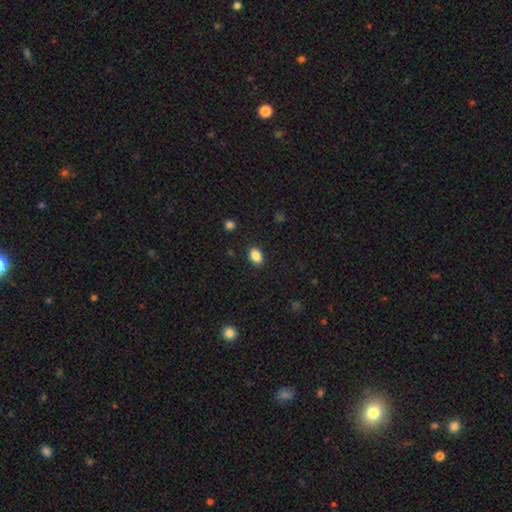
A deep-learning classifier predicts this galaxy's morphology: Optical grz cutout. It shows a smooth galaxy with no disk features (87%) that is in between round and cigar-shaped (77%). Merging: none (89%).